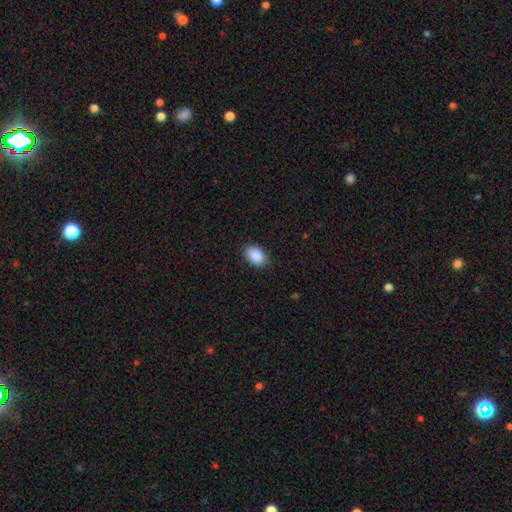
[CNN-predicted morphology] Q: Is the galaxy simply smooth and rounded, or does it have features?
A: smooth — 90%.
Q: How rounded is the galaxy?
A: in between — 89%.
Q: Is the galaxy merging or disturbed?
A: none — 85%.